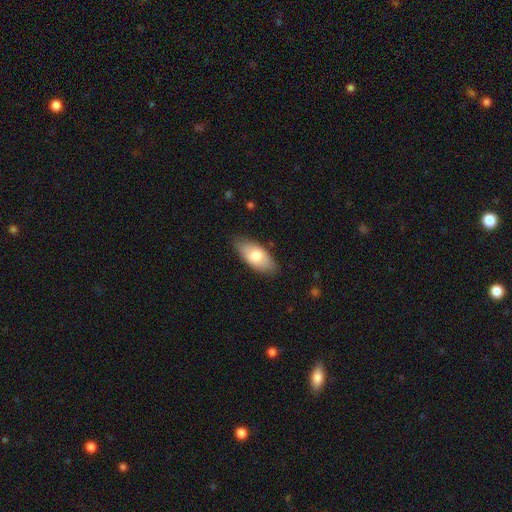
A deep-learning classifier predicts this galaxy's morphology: smooth 72%, featured or disk 22%, star or artifact 6%. Down the decision tree: how rounded — in between (89%); merging — none (80%).